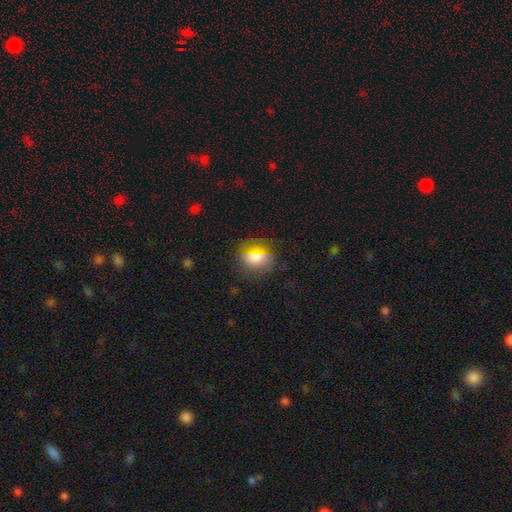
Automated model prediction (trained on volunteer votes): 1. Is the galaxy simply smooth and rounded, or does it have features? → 69% smooth, 18% star or artifact, 13% featured or disk.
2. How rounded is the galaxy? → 65% round, 30% in between, 5% cigar-shaped.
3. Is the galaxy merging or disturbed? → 84% none, 11% minor disturbance, 4% major disturbance, 2% merger.